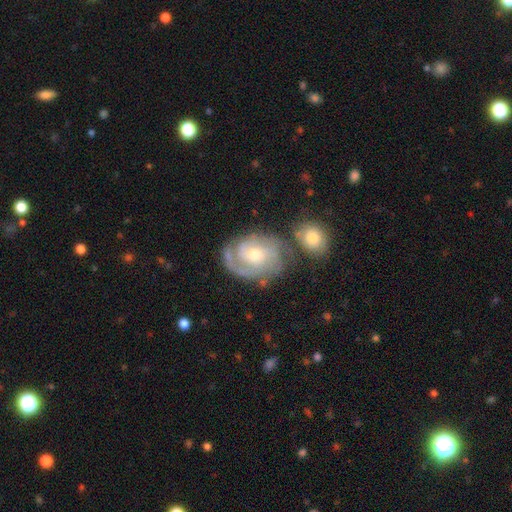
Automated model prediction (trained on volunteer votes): Smooth or featured: featured or disk — 85% (smooth — 9%)
Edge-on disk: no — 97% (yes — 3%)
Bar: no — 63% (weak — 31%)
Spiral arms: yes — 96% (no — 4%)
Spiral winding: tight — 62% (medium — 31%)
Spiral arm count: 2 — 37% (3 — 23%)
Bulge size: moderate — 52% (small — 43%)
Merging: none — 61% (minor disturbance — 17%)